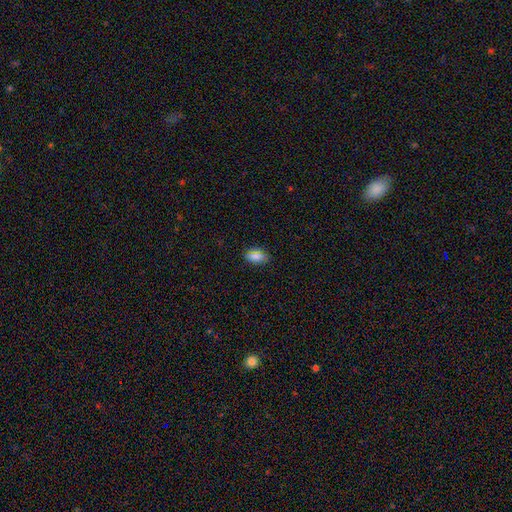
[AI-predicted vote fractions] Smooth or featured? smooth (79%)
How rounded? in between (90%)
Merging? none (85%)